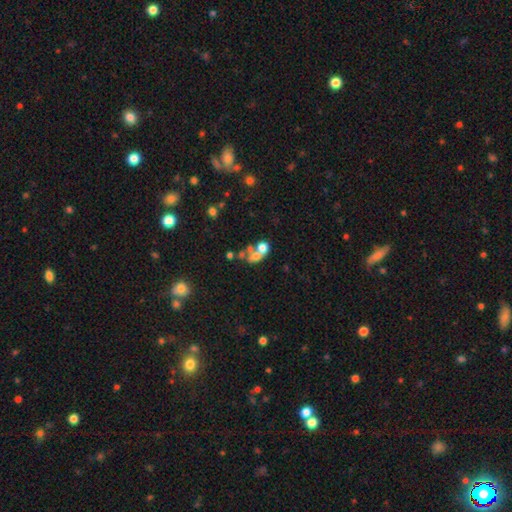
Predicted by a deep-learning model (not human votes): The model was most divided on "how rounded": in between: 50%, round: 48%, cigar-shaped: 2%. More confident: merging — merger (58%); smooth or featured — smooth (54%).